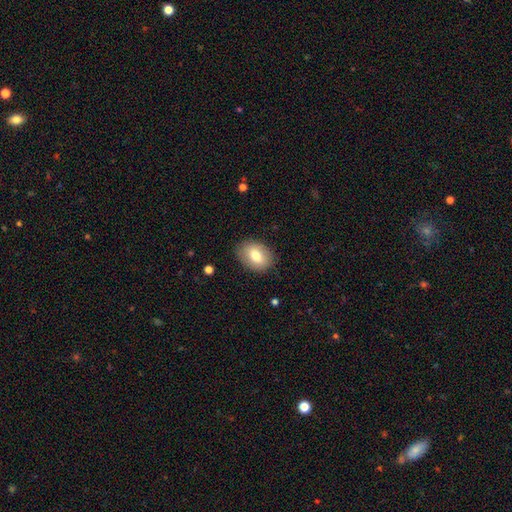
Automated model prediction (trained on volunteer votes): Smooth or featured: smooth — 78% (featured or disk — 15%)
How rounded: in between — 75% (round — 24%)
Merging: none — 86% (minor disturbance — 10%)